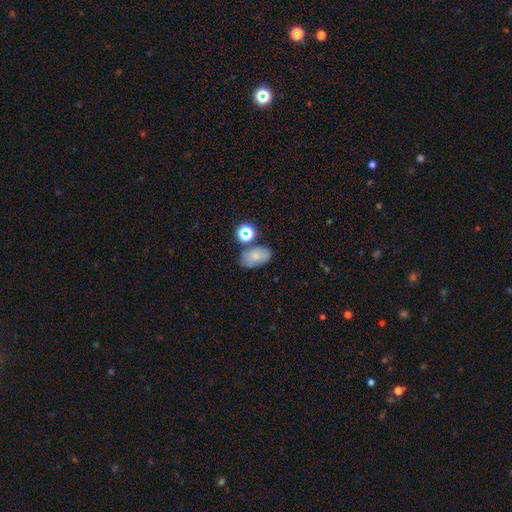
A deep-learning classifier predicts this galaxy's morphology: This is likely a smooth galaxy (76%). How rounded: clearly in between (88%). Merging: likely none (65%).